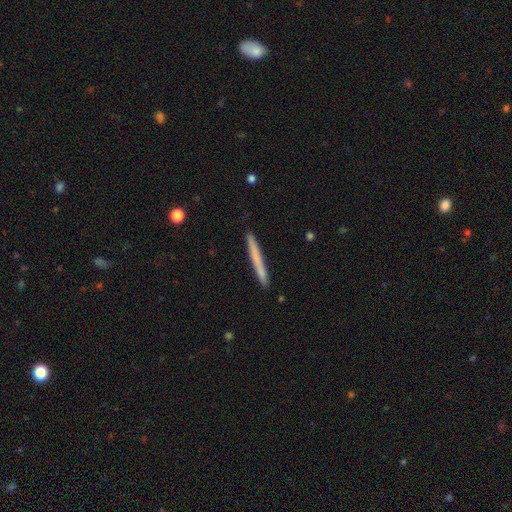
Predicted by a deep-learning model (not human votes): A smooth galaxy with no disk features (68%) that is cigar-shaped (97%). Merging: none (90%).